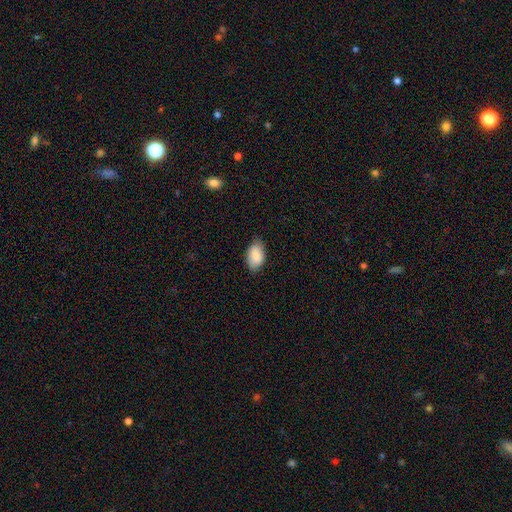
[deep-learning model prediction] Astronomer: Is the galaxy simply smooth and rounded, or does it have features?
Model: smooth — 88%.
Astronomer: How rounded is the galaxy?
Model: in between — 93%.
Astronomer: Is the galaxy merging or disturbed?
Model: none — 79%.